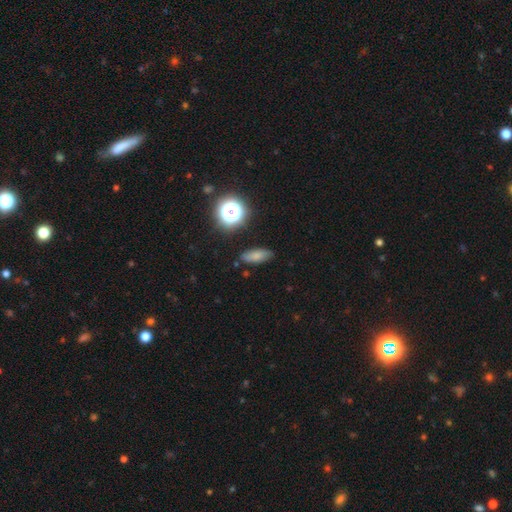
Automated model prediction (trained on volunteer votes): smooth-or-featured: smooth: 70% | star or artifact: 15% | featured or disk: 15%
  how-rounded: in between: 69% | cigar-shaped: 22% | round: 9%
  merging: none: 81% | minor disturbance: 14% | major disturbance: 3% | merger: 2%